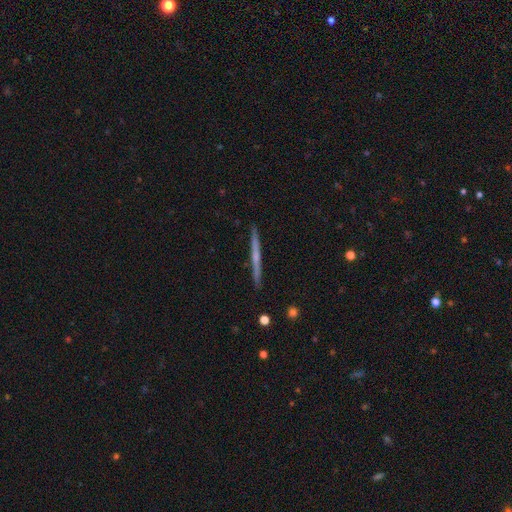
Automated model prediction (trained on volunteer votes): smooth_or_featured: featured or disk (p=0.60) [alt: smooth p=0.34]
disk_edge_on: yes (p=0.98) [alt: no p=0.02]
edge_on_bulge: none (p=0.67) [alt: rounded p=0.28]
merging: none (p=0.92) [alt: minor disturbance p=0.06]